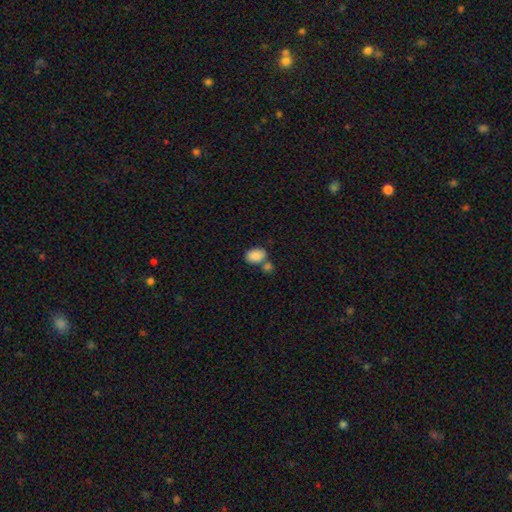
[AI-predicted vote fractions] smooth-or-featured: smooth: 87% | star or artifact: 8% | featured or disk: 5%
  how-rounded: in between: 84% | round: 15% | cigar-shaped: 1%
  merging: none: 53% | merger: 31% | minor disturbance: 13% | major disturbance: 4%